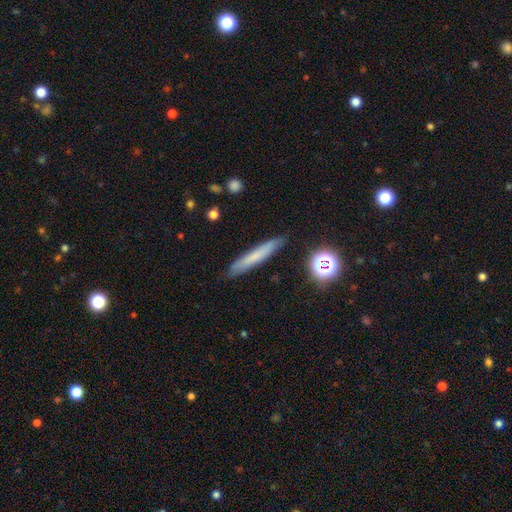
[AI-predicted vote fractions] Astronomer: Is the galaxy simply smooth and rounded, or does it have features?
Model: smooth — 64%.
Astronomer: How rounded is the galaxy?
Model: cigar-shaped — 94%.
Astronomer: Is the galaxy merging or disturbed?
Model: none — 87%.